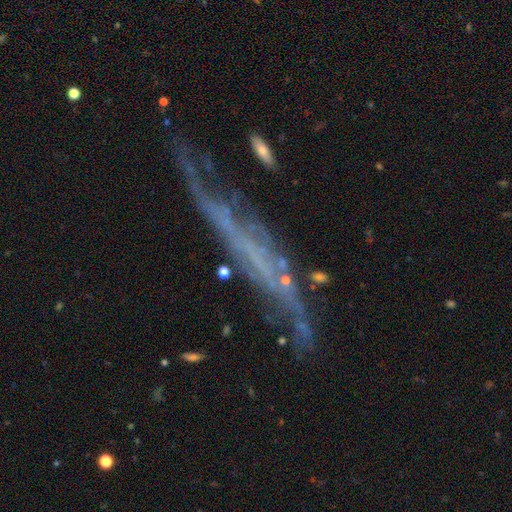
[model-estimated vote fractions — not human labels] A featured or disk galaxy (68%) viewed edge-on (56%). Merging: none (53%).